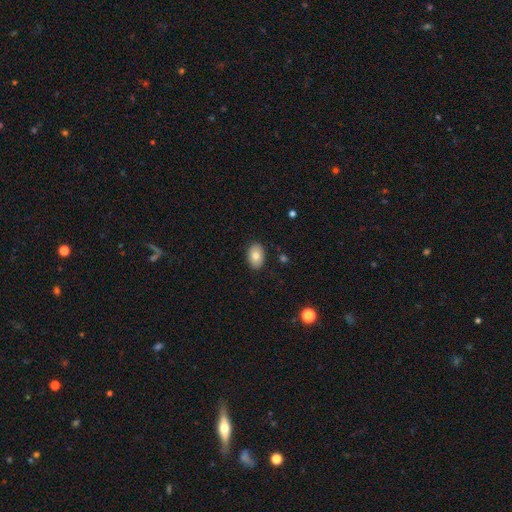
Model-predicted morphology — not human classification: type=smooth (79%); roundness=in between (87%); merging=none (88%).